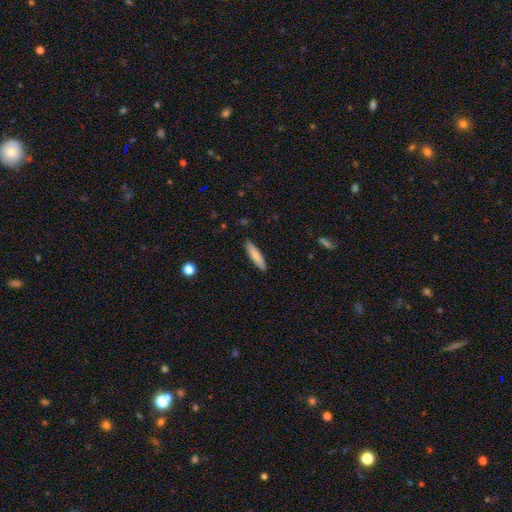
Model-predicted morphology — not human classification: Smooth or featured? smooth (81%)
How rounded? cigar-shaped (76%)
Merging? none (88%)